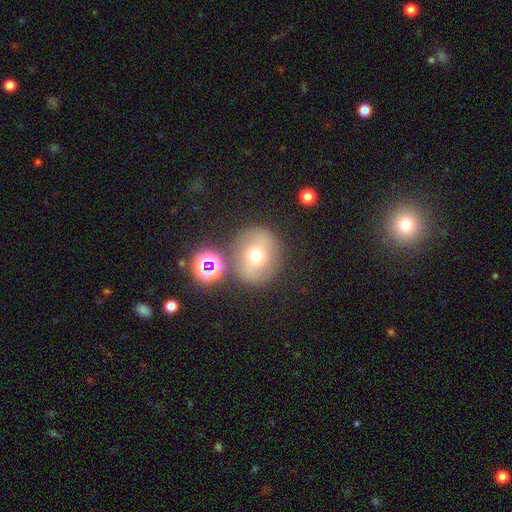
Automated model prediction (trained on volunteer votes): Q: Smooth or featured?
A: smooth (61%); runner-up: featured or disk (22%)
Q: How rounded?
A: round (81%); runner-up: in between (18%)
Q: Merging?
A: none (73%); runner-up: minor disturbance (12%)